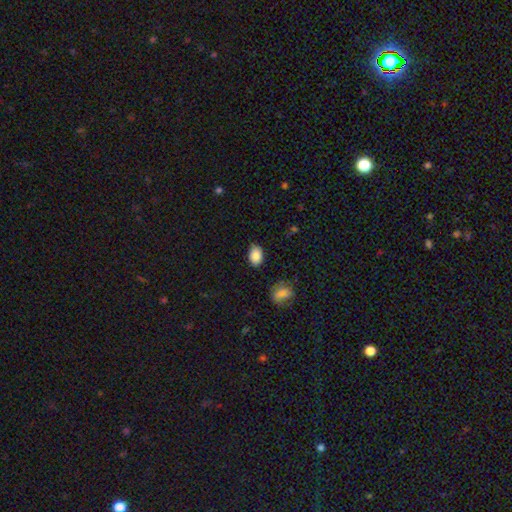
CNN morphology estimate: Overall: smooth (87%). How rounded: in between (81%). Merging: none (78%).